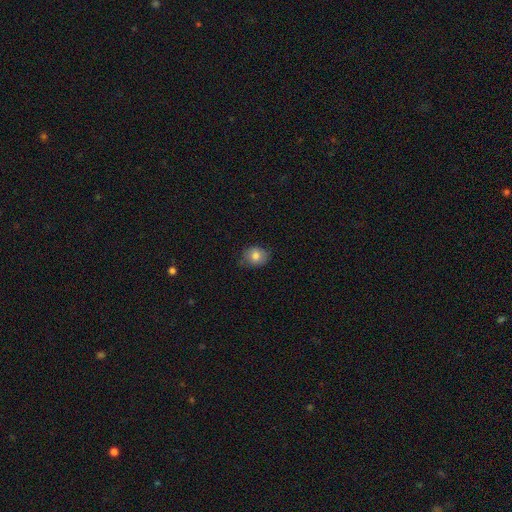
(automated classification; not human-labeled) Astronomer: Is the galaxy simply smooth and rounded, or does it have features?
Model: smooth — 81%.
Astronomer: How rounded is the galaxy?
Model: round — 63%.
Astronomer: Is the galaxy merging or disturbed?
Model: none — 73%.